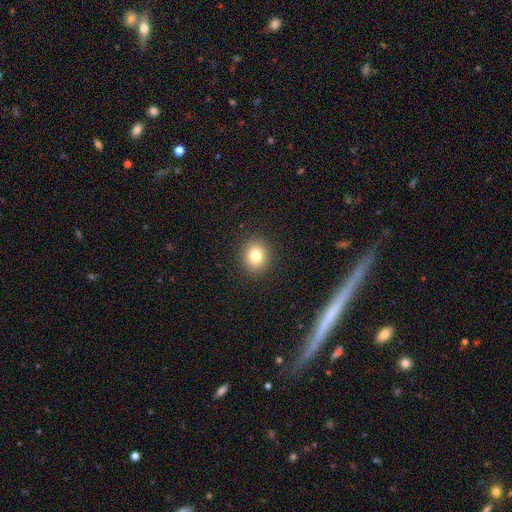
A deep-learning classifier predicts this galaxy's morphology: A smooth galaxy with no disk features (79%) that is round (77%). Merging: none (91%).